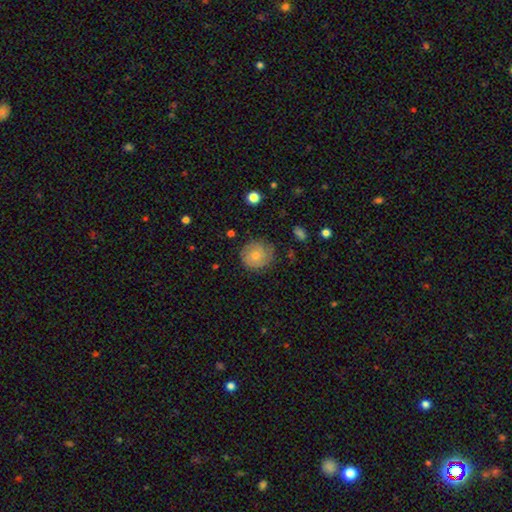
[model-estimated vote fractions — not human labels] Q: Smooth or featured?
A: smooth (54%); runner-up: featured or disk (36%)
Q: How rounded?
A: round (89%); runner-up: in between (10%)
Q: Merging?
A: none (78%); runner-up: minor disturbance (16%)